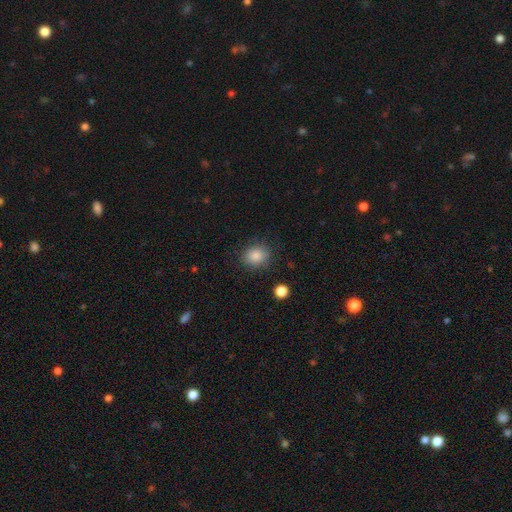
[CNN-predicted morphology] Overall: smooth (85%). How rounded: round (61%; in between 38%). Merging: none (84%).